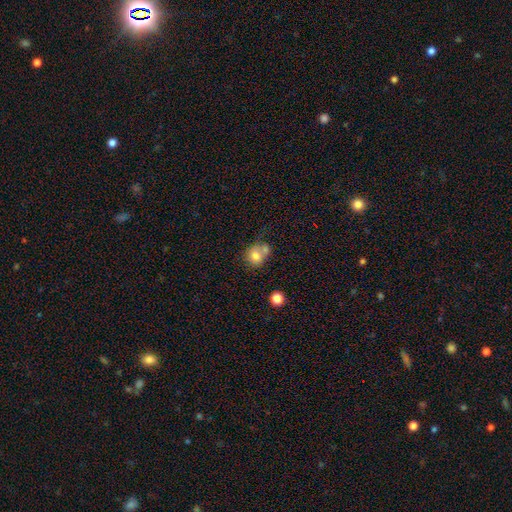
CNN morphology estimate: Smooth or featured? Predicted: smooth (p=0.75). How rounded? Predicted: round (p=0.76). Merging? Predicted: merger (p=0.41, tied with none).